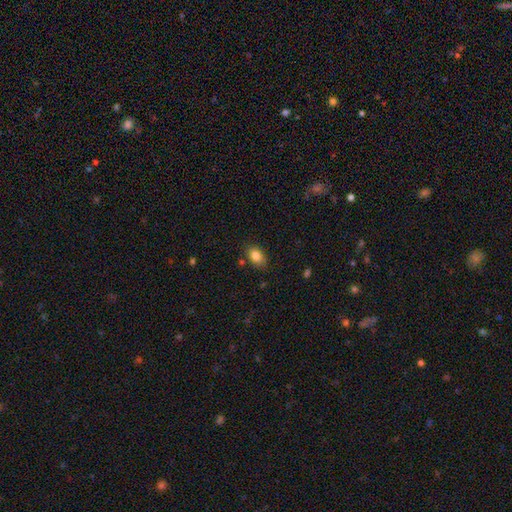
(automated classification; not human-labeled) Smooth or featured? Predicted: smooth (p=0.84). How rounded? Predicted: in between (p=0.84). Merging? Predicted: none (p=0.80).